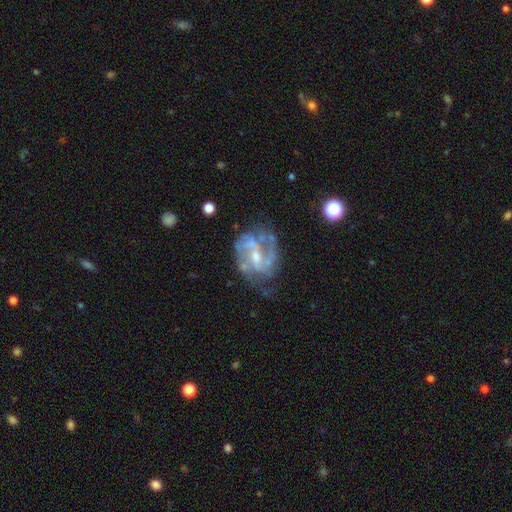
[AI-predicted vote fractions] Smooth or featured: featured or disk — 86% (smooth — 7%)
Edge-on disk: no — 98% (yes — 2%)
Bar: weak — 52% (no — 26%)
Spiral arms: yes — 91% (no — 9%)
Spiral winding: medium — 52% (tight — 26%)
Spiral arm count: 2 — 68% (can't tell — 15%)
Bulge size: small — 46% (moderate — 41%)
Merging: none — 57% (minor disturbance — 22%)